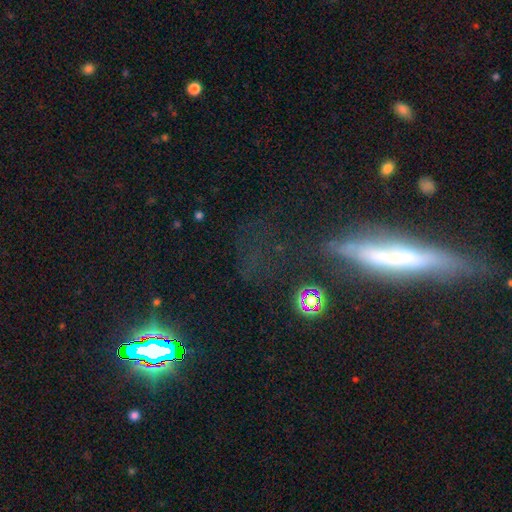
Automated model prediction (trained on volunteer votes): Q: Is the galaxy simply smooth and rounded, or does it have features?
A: featured or disk — 40%.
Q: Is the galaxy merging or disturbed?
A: none — 52%.